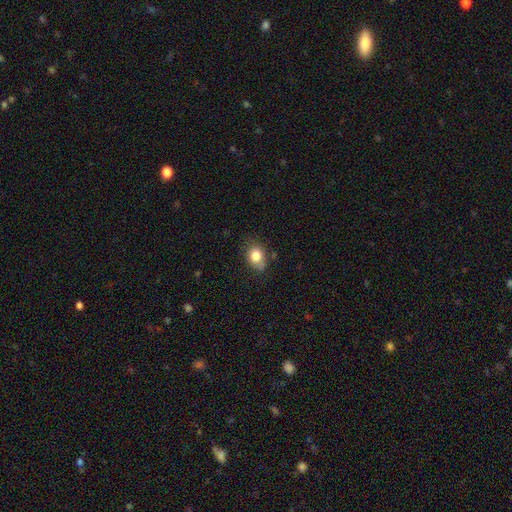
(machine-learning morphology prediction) smooth_or_featured: smooth (p=0.81) [alt: featured or disk p=0.10]
how_rounded: in between (p=0.60) [alt: round p=0.39]
merging: none (p=0.66) [alt: minor disturbance p=0.25]